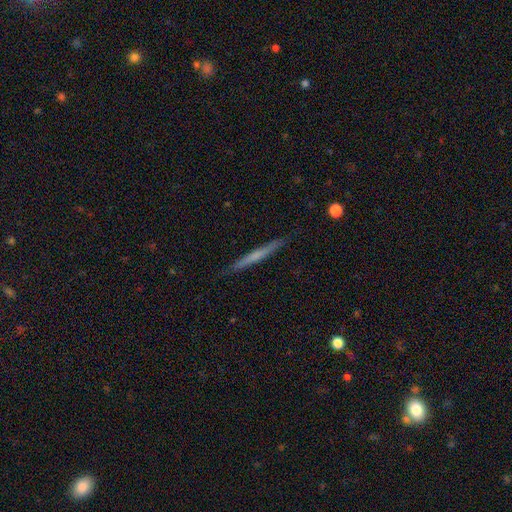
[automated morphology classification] smooth-or-featured: smooth: 48% | featured or disk: 46% | star or artifact: 6%
  merging: none: 90% | minor disturbance: 7% | major disturbance: 1% | merger: 1%